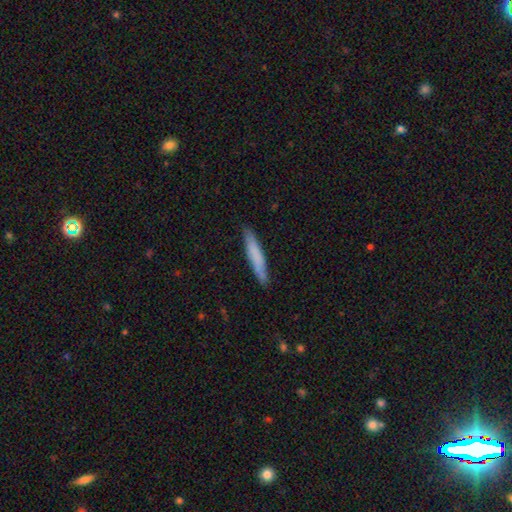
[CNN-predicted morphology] smooth 71%, featured or disk 23%, star or artifact 6%. Down the decision tree: how rounded — cigar-shaped (93%); merging — none (85%).